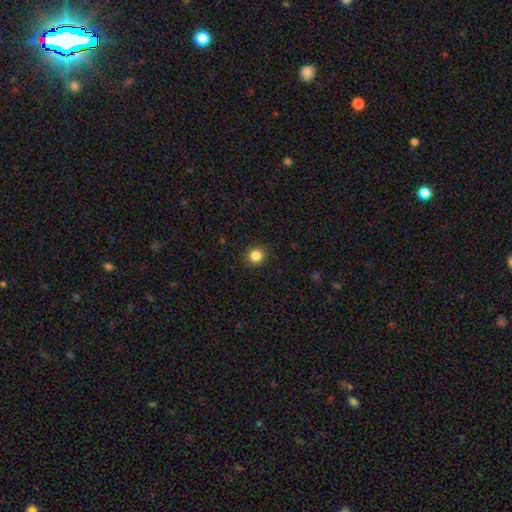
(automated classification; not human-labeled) Smooth or featured: smooth — 85% (star or artifact — 11%)
How rounded: round — 87% (in between — 12%)
Merging: none — 91% (minor disturbance — 6%)